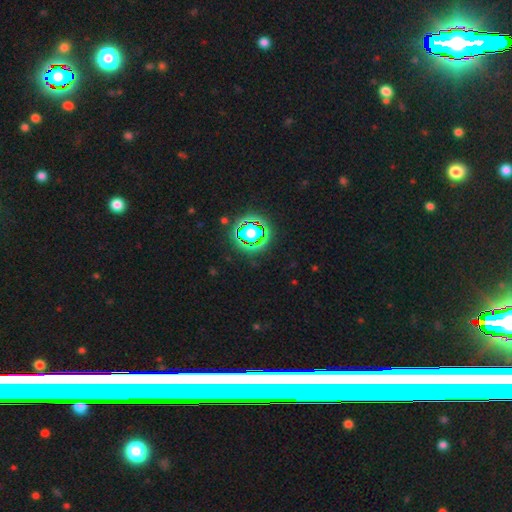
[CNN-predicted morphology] The model was most divided on "smooth or featured": star or artifact: 63%, featured or disk: 19%, smooth: 18%.